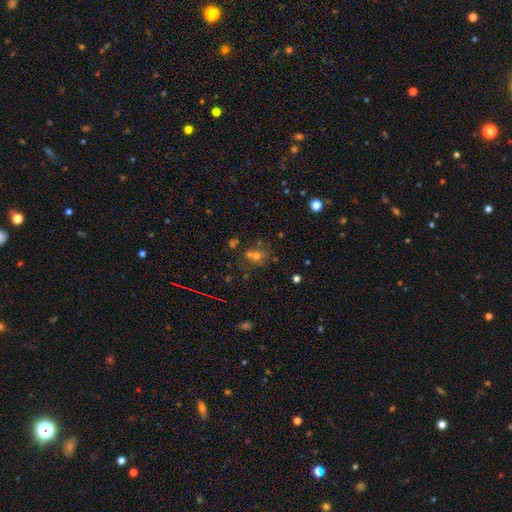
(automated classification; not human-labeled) Smooth or featured? Predicted: smooth (p=0.62). How rounded? Predicted: round (p=0.75). Merging? Predicted: none (p=0.54).